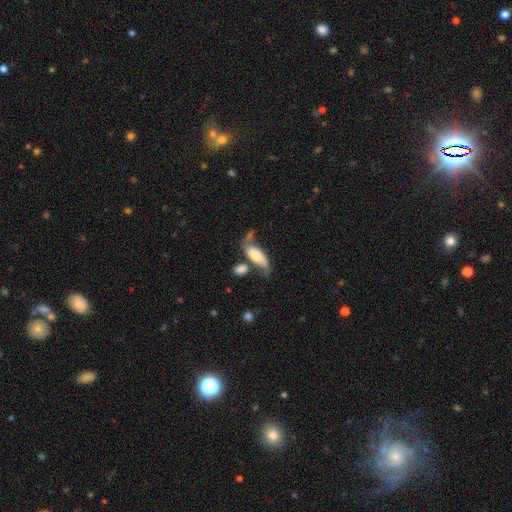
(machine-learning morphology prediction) smooth 47%, featured or disk 46%, star or artifact 7%. Down the decision tree: merging — none (41%).